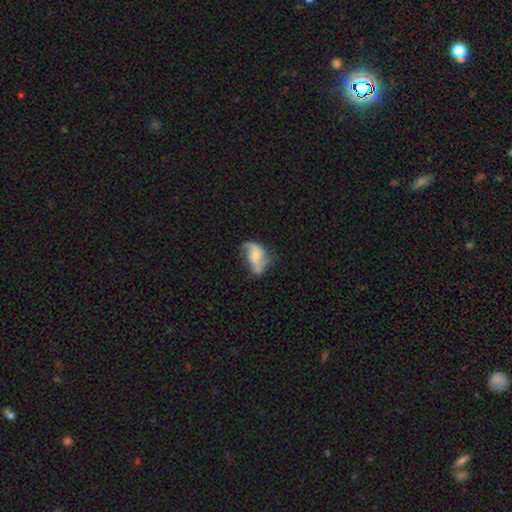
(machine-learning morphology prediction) Q: Smooth or featured?
A: featured or disk (68%); runner-up: smooth (25%)
Q: Edge-on disk?
A: no (96%); runner-up: yes (4%)
Q: Bar?
A: no (57%); runner-up: weak (33%)
Q: Spiral arms?
A: yes (86%); runner-up: no (14%)
Q: Spiral winding?
A: loose (66%); runner-up: medium (26%)
Q: Spiral arm count?
A: 2 (83%); runner-up: can't tell (6%)
Q: Bulge size?
A: small (46%); runner-up: moderate (36%)
Q: Merging?
A: none (47%); runner-up: minor disturbance (28%)